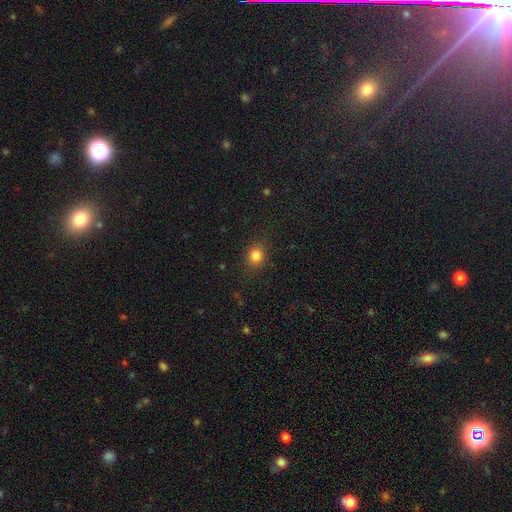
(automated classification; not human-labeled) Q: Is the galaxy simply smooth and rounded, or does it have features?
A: smooth — 83%.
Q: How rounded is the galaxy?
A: round — 73%.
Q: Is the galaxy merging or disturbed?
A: none — 85%.